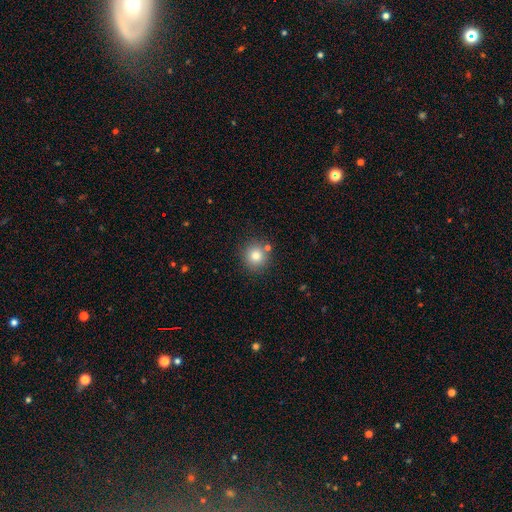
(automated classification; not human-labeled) Smooth or featured: smooth — 80% (star or artifact — 12%)
How rounded: round — 92% (in between — 7%)
Merging: none — 81% (minor disturbance — 8%)